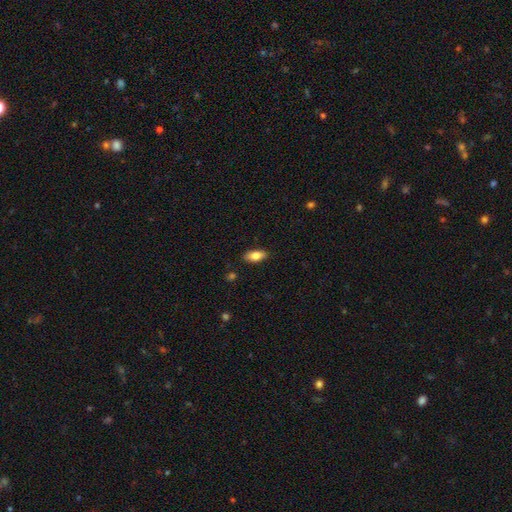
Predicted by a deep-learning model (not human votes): Smooth or featured: smooth — 81% (featured or disk — 12%)
How rounded: in between — 88% (cigar-shaped — 9%)
Merging: none — 88% (minor disturbance — 9%)